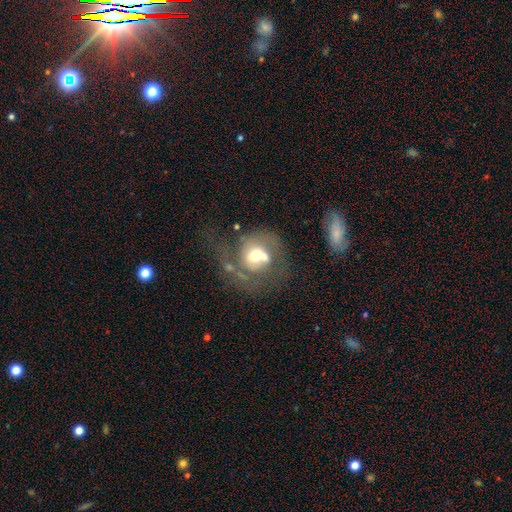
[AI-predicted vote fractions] Smooth or featured? featured or disk (54%)
Edge-on disk? no (96%)
Bar? no (78%)
Spiral arms? no (51%)
Bulge size? moderate (66%)
Merging? none (28%, tied with major disturbance and merger)